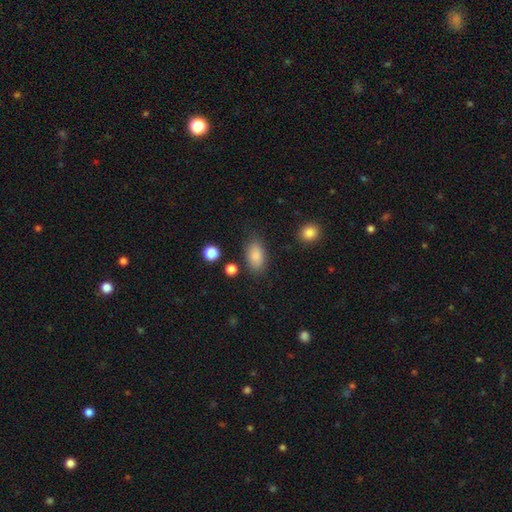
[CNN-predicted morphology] A smooth galaxy with no disk features (87%) that is in between round and cigar-shaped (91%). Merging: none (80%).